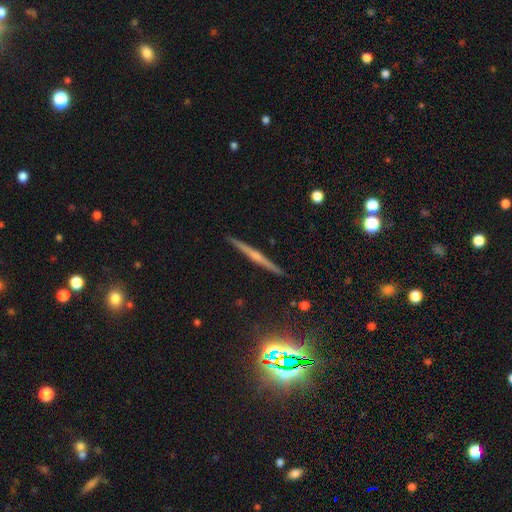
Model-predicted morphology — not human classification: Smooth or featured? Predicted: featured or disk (p=0.66). Edge-on disk? Predicted: yes (p=0.98). Edge-on bulge? Predicted: rounded (p=0.58). Merging? Predicted: none (p=0.92).